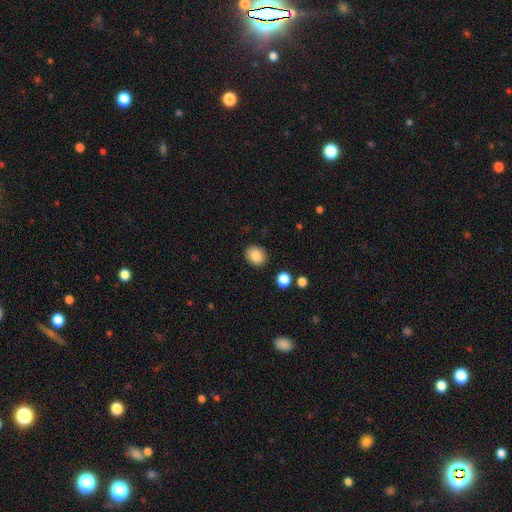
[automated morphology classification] type=smooth (86%); roundness=round (67%); merging=none (88%).